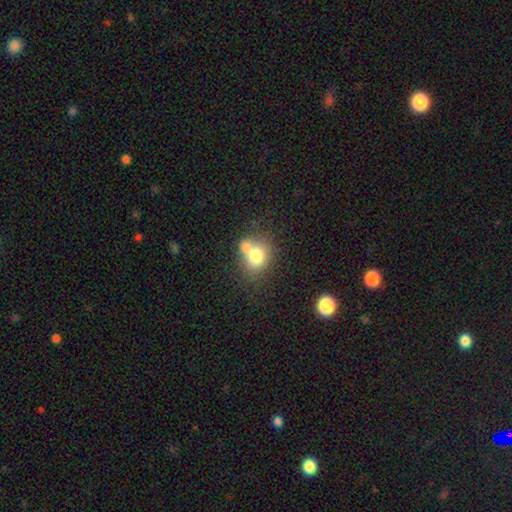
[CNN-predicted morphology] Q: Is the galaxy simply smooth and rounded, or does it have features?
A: smooth — 74%.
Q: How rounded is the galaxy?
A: in between — 52%.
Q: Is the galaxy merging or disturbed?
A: merger — 50%.